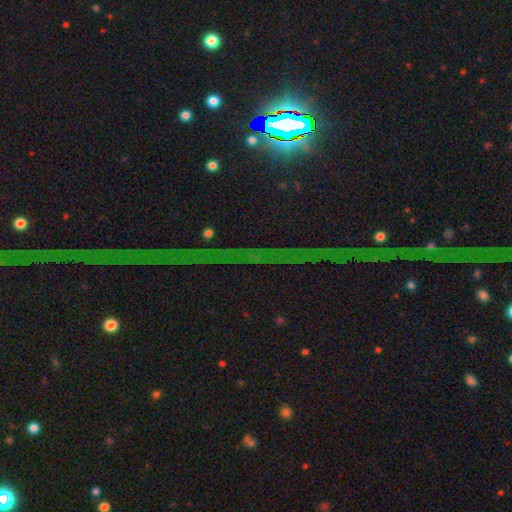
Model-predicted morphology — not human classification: This appears to be a star or artifact, not a galaxy (82%).